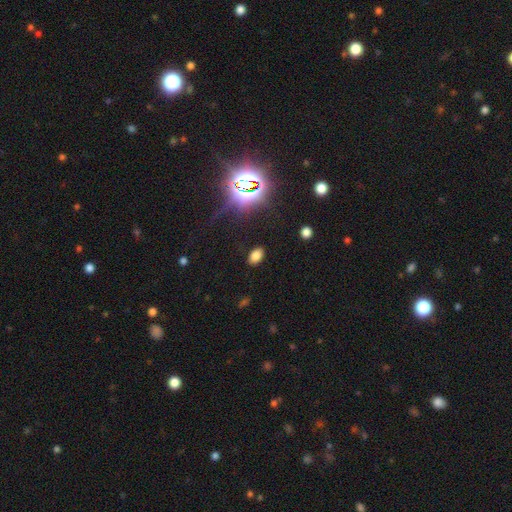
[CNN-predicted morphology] type=smooth (74%); roundness=in between (90%); merging=none (88%).